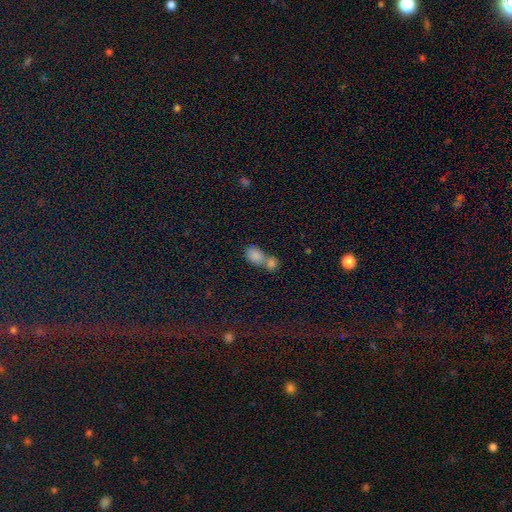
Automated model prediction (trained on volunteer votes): smooth_or_featured: smooth (p=0.83) [alt: star or artifact p=0.09]
how_rounded: in between (p=0.80) [alt: round p=0.18]
merging: merger (p=0.65) [alt: none p=0.24]